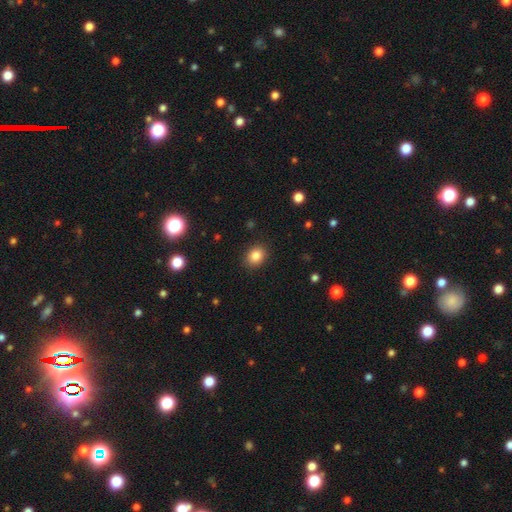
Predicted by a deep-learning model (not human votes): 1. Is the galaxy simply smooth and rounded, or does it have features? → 84% smooth, 10% star or artifact, 6% featured or disk.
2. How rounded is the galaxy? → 52% round, 47% in between, 1% cigar-shaped.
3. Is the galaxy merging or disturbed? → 89% none, 8% minor disturbance, 2% major disturbance, 1% merger.